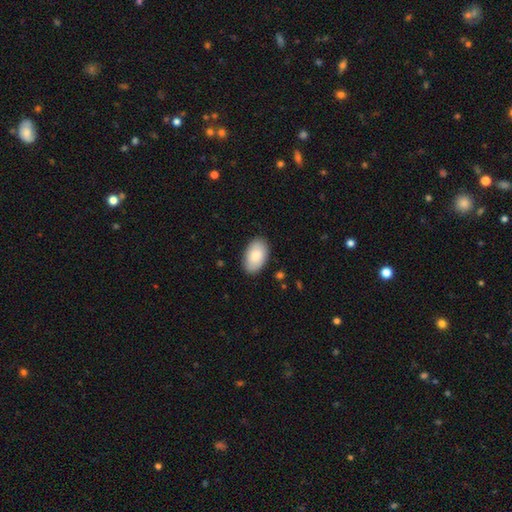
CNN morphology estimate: smooth 85%, featured or disk 10%, star or artifact 6%. Down the decision tree: how rounded — in between (94%); merging — none (87%).